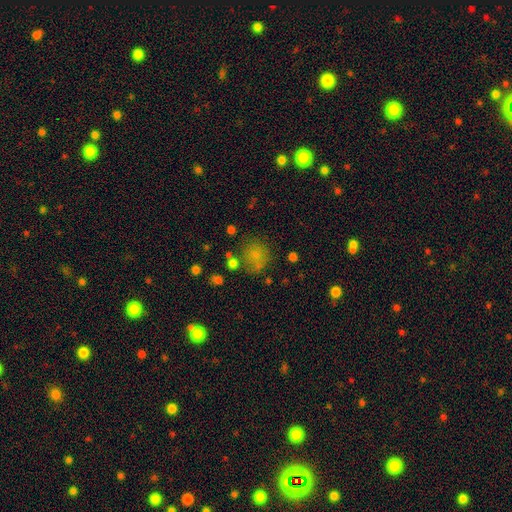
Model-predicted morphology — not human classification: smooth 71%, star or artifact 17%, featured or disk 12%. Down the decision tree: how rounded — round (77%); merging — none (60%).